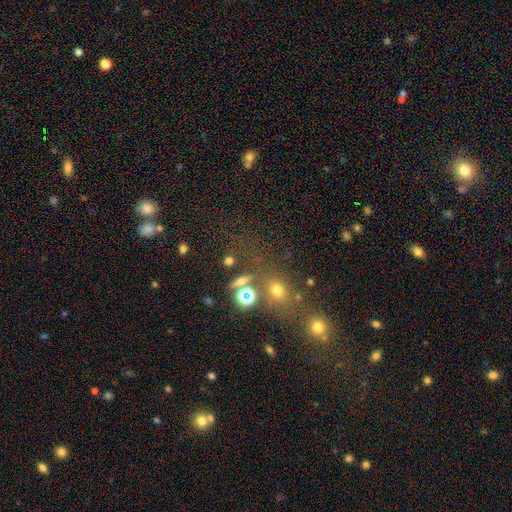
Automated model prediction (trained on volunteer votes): smooth-or-featured: star or artifact: 52% | smooth: 34% | featured or disk: 14%